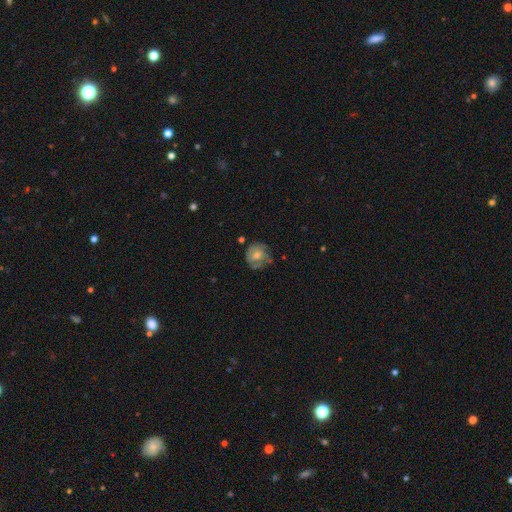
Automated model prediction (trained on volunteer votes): smooth_or_featured: featured or disk (p=0.55) [alt: smooth p=0.35]
disk_edge_on: no (p=0.97) [alt: yes p=0.03]
bar: no (p=0.79) [alt: weak p=0.18]
has_spiral_arms: yes (p=0.69) [alt: no p=0.31]
bulge_size: moderate (p=0.61) [alt: small p=0.26]
merging: none (p=0.61) [alt: minor disturbance p=0.24]